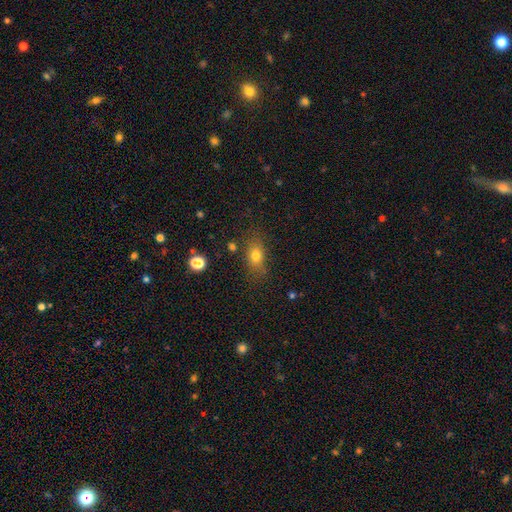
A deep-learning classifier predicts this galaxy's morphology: Q: Smooth or featured?
A: smooth (76%); runner-up: featured or disk (12%)
Q: How rounded?
A: in between (74%); runner-up: round (20%)
Q: Merging?
A: none (75%); runner-up: minor disturbance (16%)